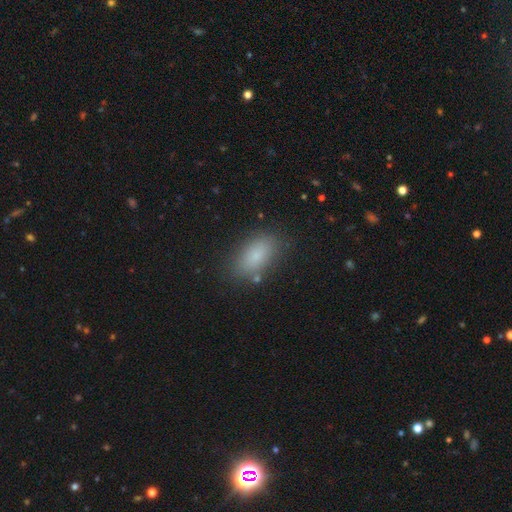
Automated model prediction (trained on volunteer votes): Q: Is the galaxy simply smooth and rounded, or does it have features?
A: smooth — 80%.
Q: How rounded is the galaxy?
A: in between — 89%.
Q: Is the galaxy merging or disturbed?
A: none — 83%.